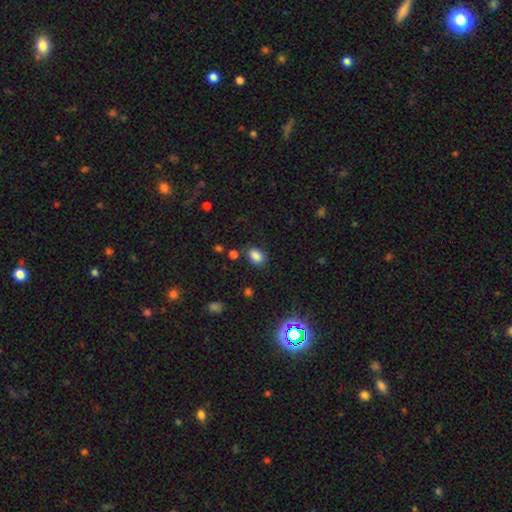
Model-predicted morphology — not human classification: Overall: smooth (83%). How rounded: in between (74%). Merging: none (76%).